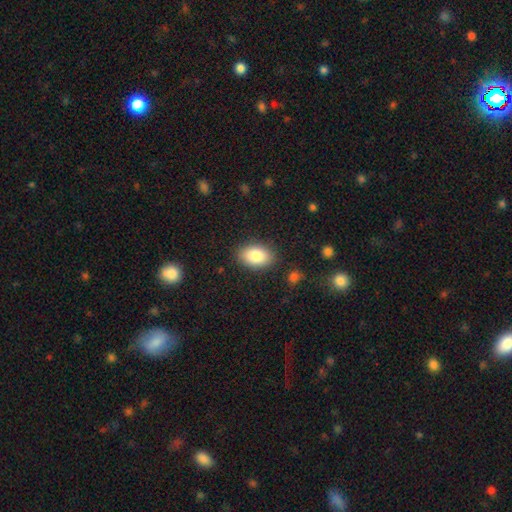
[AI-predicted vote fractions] This is clearly a smooth galaxy (84%). How rounded: clearly in between (89%). Merging: clearly none (86%).